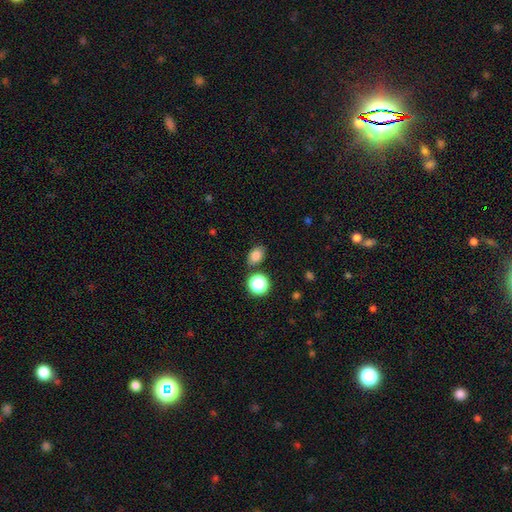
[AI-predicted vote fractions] Smooth or featured: smooth — 81% (star or artifact — 13%)
How rounded: in between — 72% (round — 27%)
Merging: none — 78% (minor disturbance — 12%)